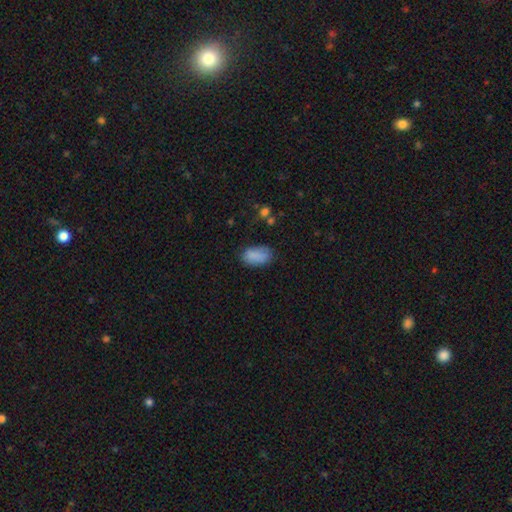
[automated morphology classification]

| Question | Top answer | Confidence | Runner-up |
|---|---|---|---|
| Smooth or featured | smooth | 85% | star or artifact (8%) |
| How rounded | in between | 93% | round (5%) |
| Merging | none | 72% | minor disturbance (20%) |